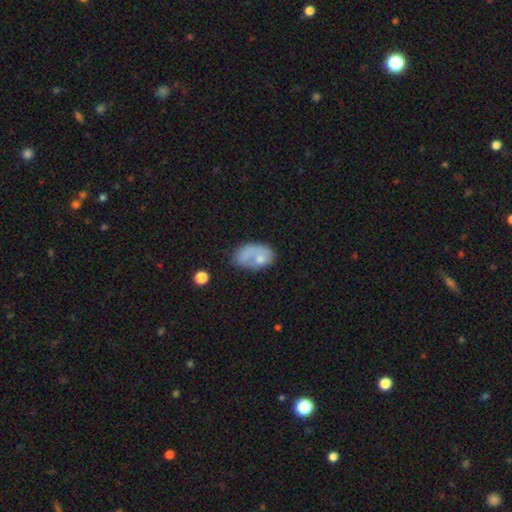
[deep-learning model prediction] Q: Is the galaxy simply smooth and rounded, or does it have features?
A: smooth — 60%.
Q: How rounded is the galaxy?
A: in between — 86%.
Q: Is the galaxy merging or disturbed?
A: none — 31%.